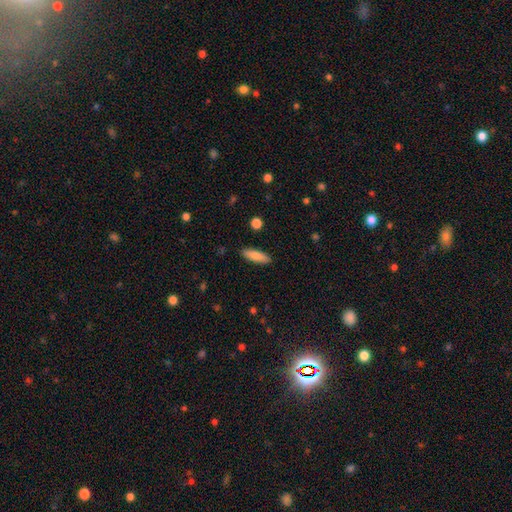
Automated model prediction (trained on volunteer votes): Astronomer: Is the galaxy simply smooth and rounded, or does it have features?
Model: smooth — 85%.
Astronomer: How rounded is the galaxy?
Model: cigar-shaped — 55% (runner-up: in between, 43%).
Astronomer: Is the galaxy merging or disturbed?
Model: none — 89%.